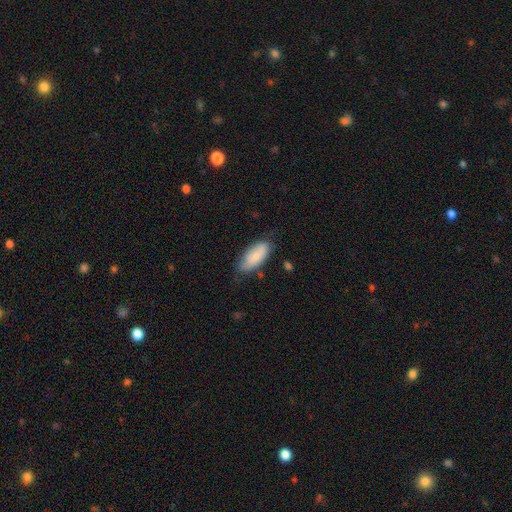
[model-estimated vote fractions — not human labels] A smooth galaxy with no disk features (78%) that is in between round and cigar-shaped (85%). Merging: none (69%).